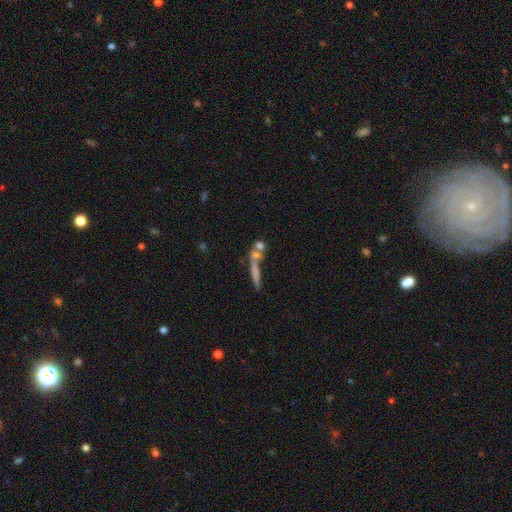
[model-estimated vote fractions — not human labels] Q: Smooth or featured?
A: smooth (52%); runner-up: featured or disk (36%)
Q: How rounded?
A: cigar-shaped (72%); runner-up: round (14%)
Q: Merging?
A: none (51%); runner-up: merger (30%)